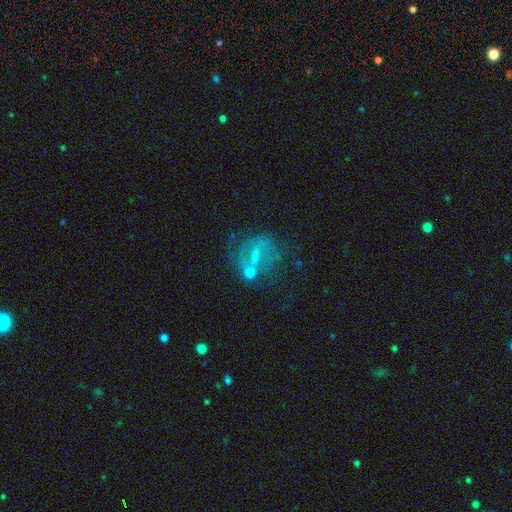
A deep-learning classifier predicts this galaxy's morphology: This appears to be a featured or disk galaxy (59%) with a weak bar (44%), spiral arms (61%) and a small central bulge (37%). Merging: none (46%).